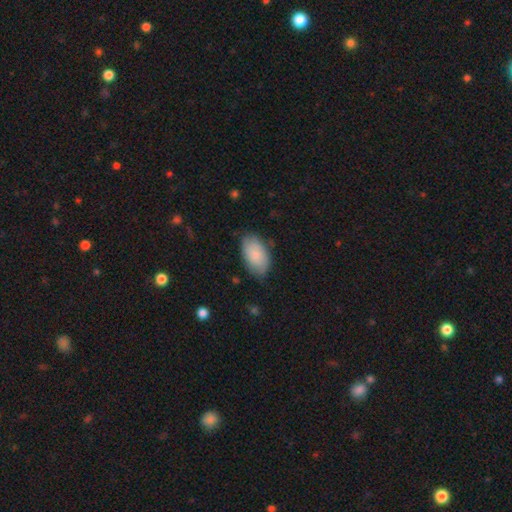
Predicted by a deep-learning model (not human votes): Morphology: type=smooth (78%); roundness=in between (94%); merging=none (76%).